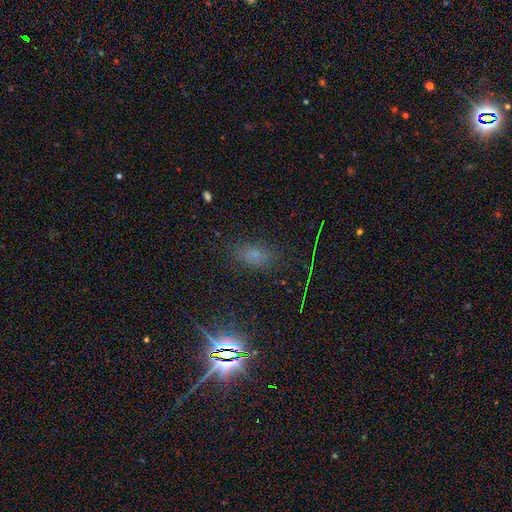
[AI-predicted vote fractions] A smooth galaxy with no disk features (49%).

Vote fractions:
- Smooth or featured? smooth: 49% / star or artifact: 40% / featured or disk: 11%
- Merging? none: 78% / minor disturbance: 14% / major disturbance: 6% / merger: 2%